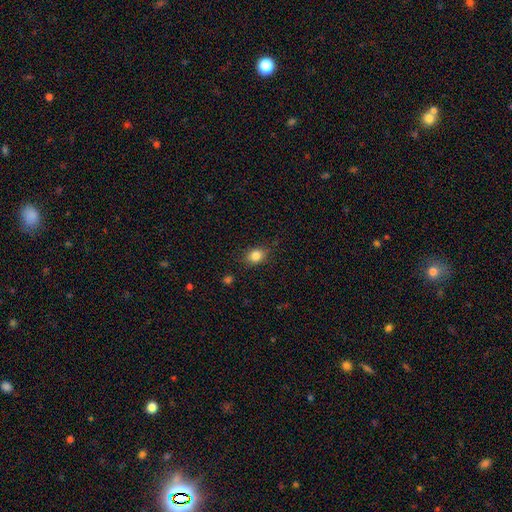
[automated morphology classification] smooth 84%, star or artifact 10%, featured or disk 6%. Down the decision tree: how rounded — in between (55%); merging — none (80%).